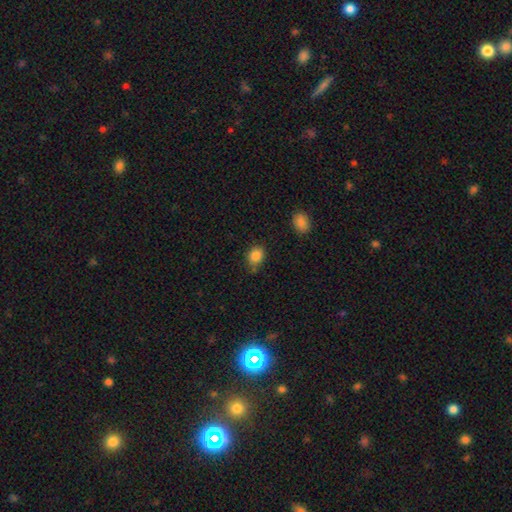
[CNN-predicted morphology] Q: Smooth or featured?
A: smooth (86%); runner-up: star or artifact (10%)
Q: How rounded?
A: round (51%); runner-up: in between (48%)
Q: Merging?
A: none (72%); runner-up: minor disturbance (20%)